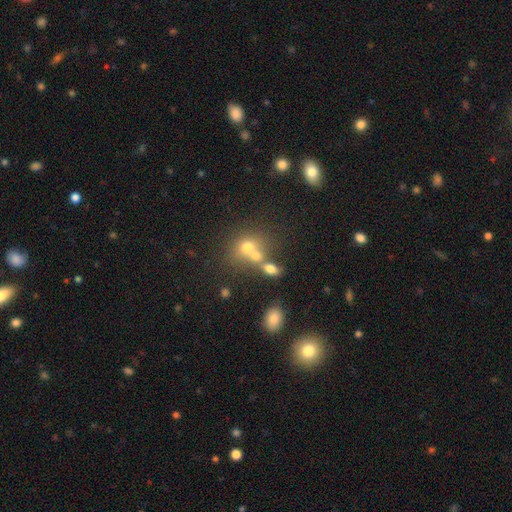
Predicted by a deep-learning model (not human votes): The model was most divided on "merging": merger: 56%, none: 31%, minor disturbance: 8%, major disturbance: 5%. More confident: smooth or featured — smooth (66%); how rounded — round (62%).